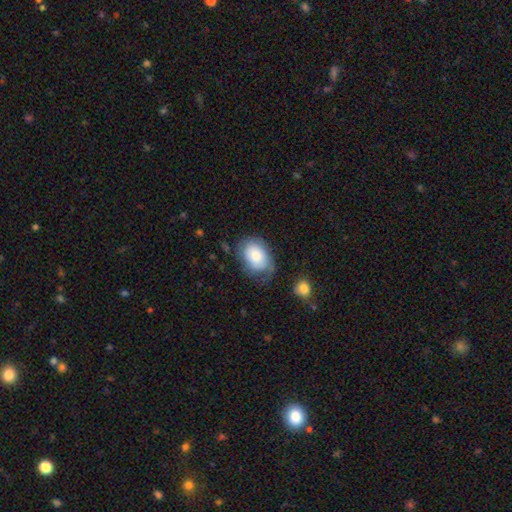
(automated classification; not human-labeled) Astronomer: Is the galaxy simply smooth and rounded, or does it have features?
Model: smooth — 71%.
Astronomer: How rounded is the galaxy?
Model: in between — 81%.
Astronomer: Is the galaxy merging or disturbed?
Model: none — 51% (runner-up: minor disturbance, 31%).